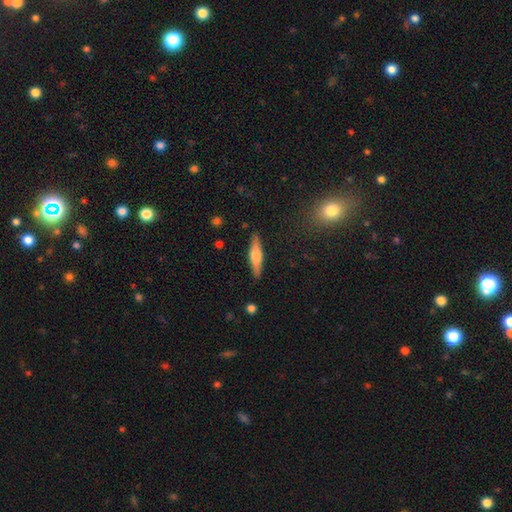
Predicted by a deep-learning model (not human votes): smooth-or-featured: smooth: 50% | featured or disk: 44% | star or artifact: 6%
  merging: none: 88% | minor disturbance: 9% | major disturbance: 2% | merger: 1%